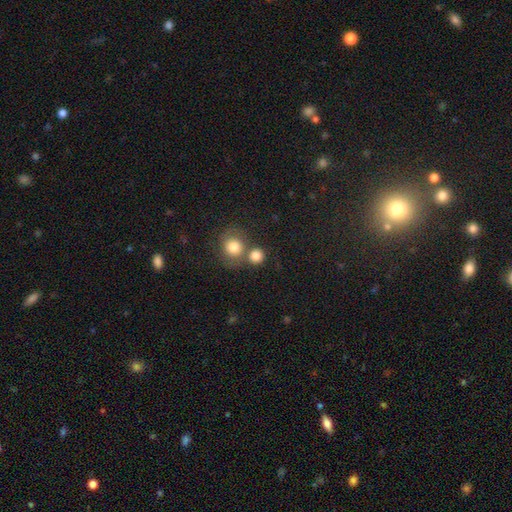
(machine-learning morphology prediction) smooth 82%, star or artifact 10%, featured or disk 8%. Down the decision tree: how rounded — round (85%); merging — none (53%).